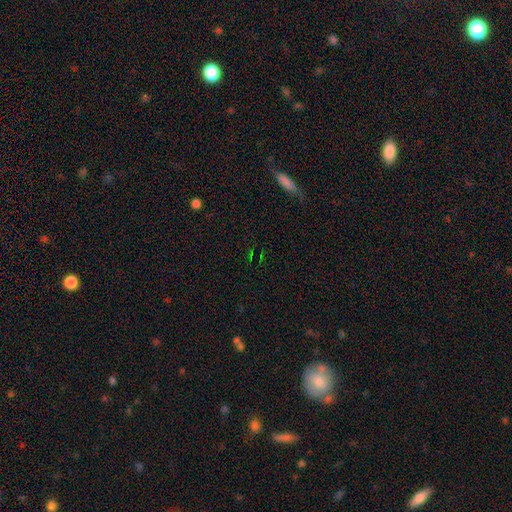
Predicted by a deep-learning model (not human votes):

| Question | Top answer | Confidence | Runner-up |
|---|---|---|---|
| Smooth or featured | star or artifact | 73% | smooth (17%) |